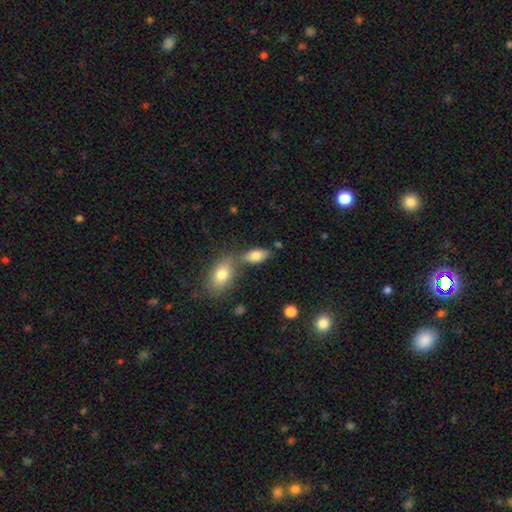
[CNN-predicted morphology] This appears to be a smooth galaxy with no disk features (81%) that is in between round and cigar-shaped (91%). Merging: none (53%).